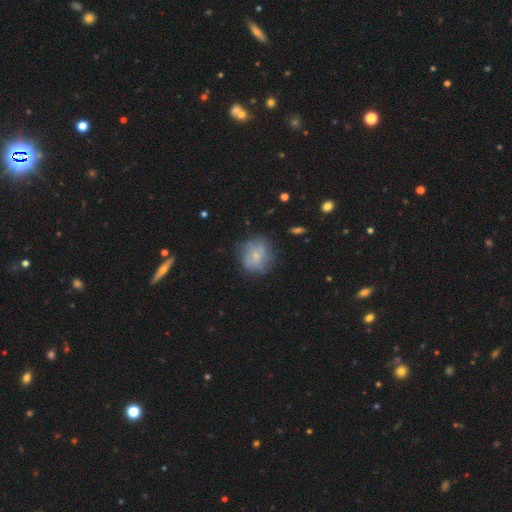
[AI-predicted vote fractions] Smooth or featured? Predicted: smooth (p=0.48). Merging? Predicted: none (p=0.68).